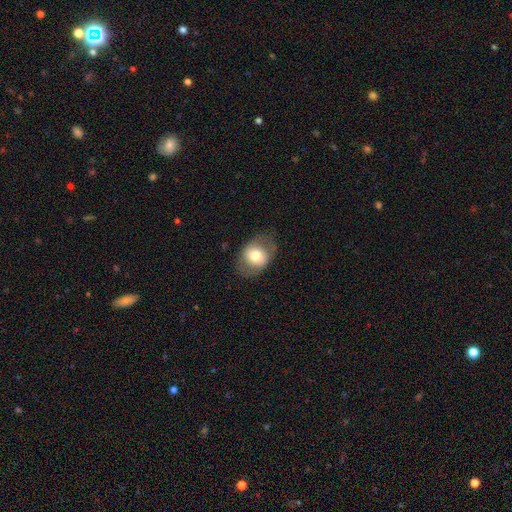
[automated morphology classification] A smooth galaxy with no disk features (64%) that is in between round and cigar-shaped (63%).

Vote fractions:
- Smooth or featured? smooth: 64% / featured or disk: 29% / star or artifact: 7%
- How rounded? in between: 63% / round: 36% / cigar-shaped: 1%
- Merging? none: 73% / minor disturbance: 17% / major disturbance: 9% / merger: 1%